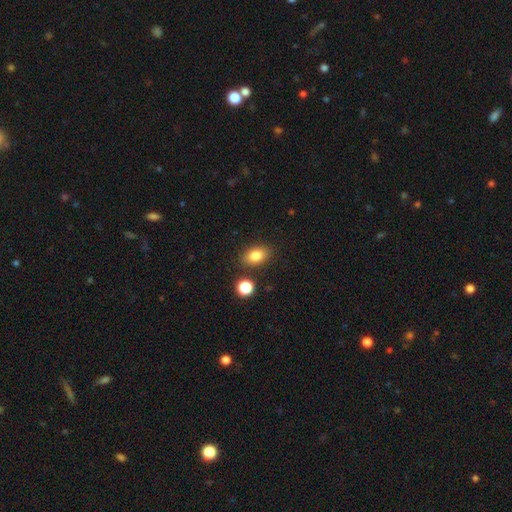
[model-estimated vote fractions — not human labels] Smooth or featured?
  - smooth: 82% *
  - star or artifact: 10%
  - featured or disk: 8%
How rounded?
  - in between: 82% *
  - round: 16%
  - cigar-shaped: 2%
Merging?
  - none: 82% *
  - minor disturbance: 10%
  - merger: 5%
  - major disturbance: 3%